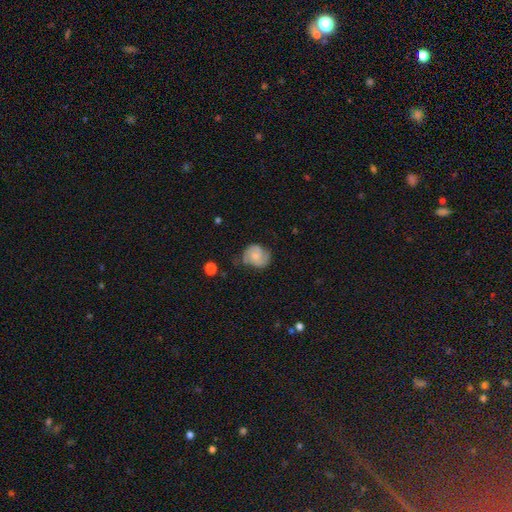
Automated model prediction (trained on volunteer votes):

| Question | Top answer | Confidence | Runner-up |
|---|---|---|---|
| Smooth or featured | featured or disk | 59% | smooth (34%) |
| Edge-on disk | no | 98% | yes (2%) |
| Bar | no | 73% | weak (23%) |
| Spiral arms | yes | 88% | no (12%) |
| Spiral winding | medium | 42% | tight (41%) |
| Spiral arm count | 2 | 74% | can't tell (13%) |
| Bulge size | small | 55% | moderate (37%) |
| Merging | none | 58% | minor disturbance (30%) |